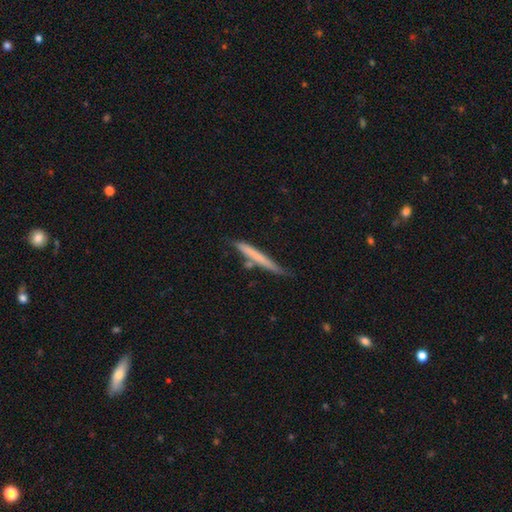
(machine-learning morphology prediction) smooth_or_featured: smooth (p=0.62) [alt: featured or disk p=0.33]
how_rounded: cigar-shaped (p=0.96) [alt: in between p=0.03]
merging: none (p=0.68) [alt: minor disturbance p=0.20]